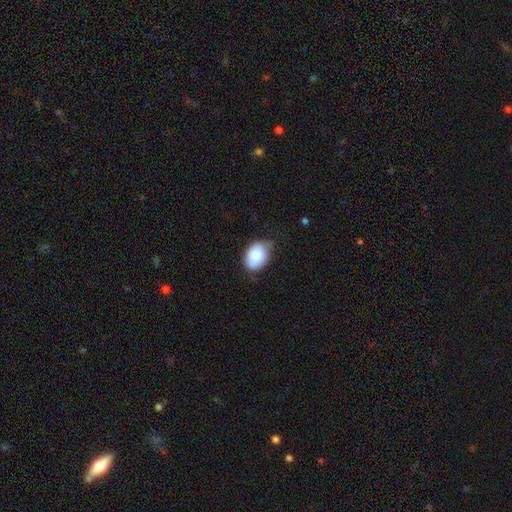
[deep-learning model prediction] Smooth or featured: smooth — 83% (featured or disk — 10%)
How rounded: in between — 77% (round — 22%)
Merging: none — 56% (minor disturbance — 35%)